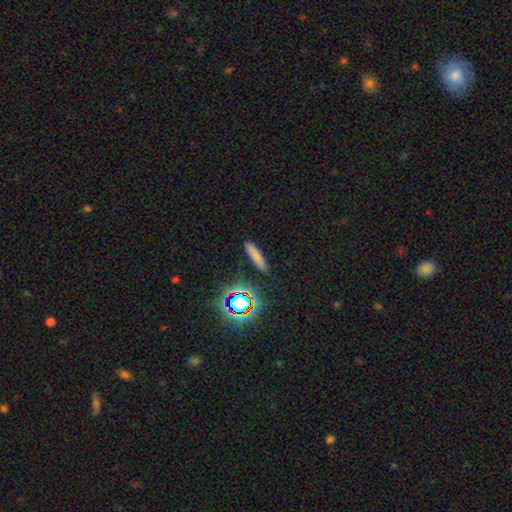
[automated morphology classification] The model was most divided on "smooth or featured": smooth: 72%, star or artifact: 18%, featured or disk: 10%. More confident: merging — none (87%); how rounded — cigar-shaped (80%).